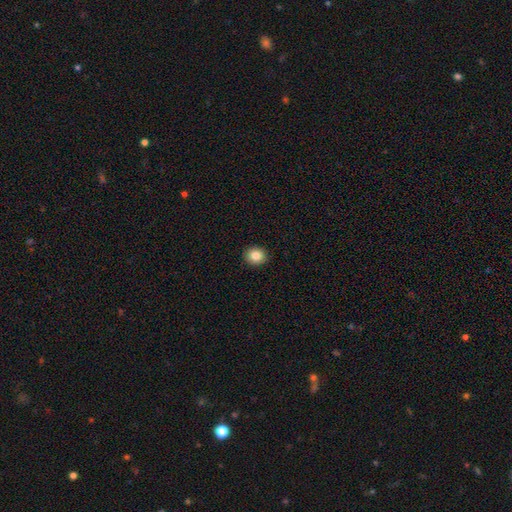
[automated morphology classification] type=smooth (85%); roundness=round (74%); merging=none (92%).